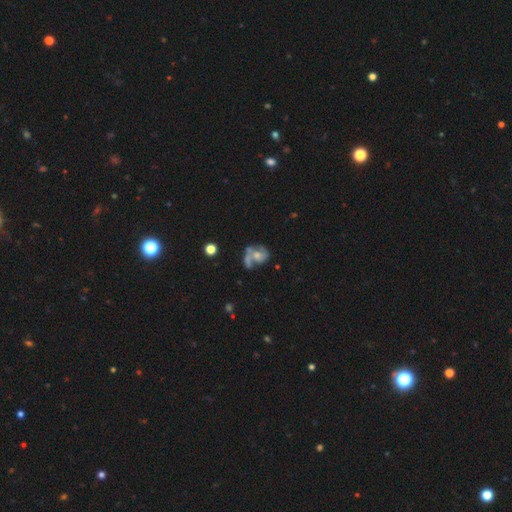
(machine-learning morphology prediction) type=featured or disk (61%); edge-on=no (97%); bar=no (72%); spiral arms=yes (71%); bulge=moderate (46%); merging=none (31%, tied with merger).